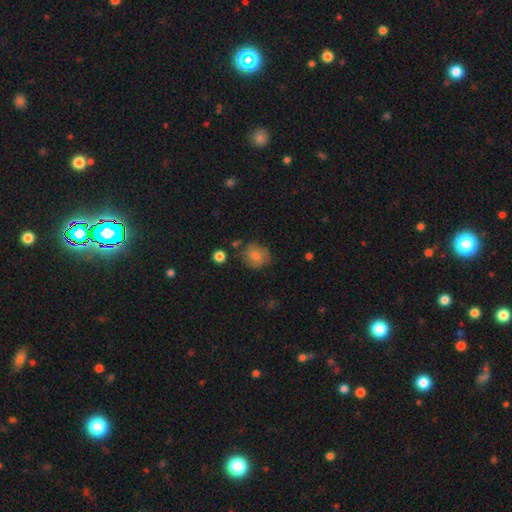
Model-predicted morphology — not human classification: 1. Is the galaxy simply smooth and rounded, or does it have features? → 63% smooth, 25% featured or disk, 12% star or artifact.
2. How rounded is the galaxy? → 72% round, 27% in between, 1% cigar-shaped.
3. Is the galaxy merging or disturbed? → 74% none, 18% minor disturbance, 5% major disturbance, 3% merger.